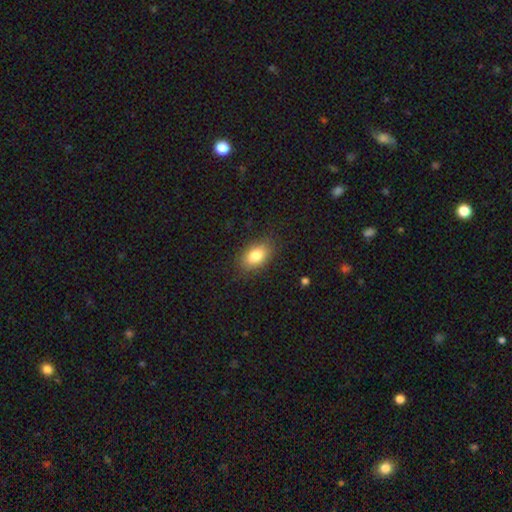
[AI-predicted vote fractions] A smooth galaxy with no disk features (82%) that is in between round and cigar-shaped (89%).

Vote fractions:
- Smooth or featured? smooth: 82% / featured or disk: 10% / star or artifact: 8%
- How rounded? in between: 89% / round: 9% / cigar-shaped: 2%
- Merging? none: 85% / minor disturbance: 11% / major disturbance: 3% / merger: 1%